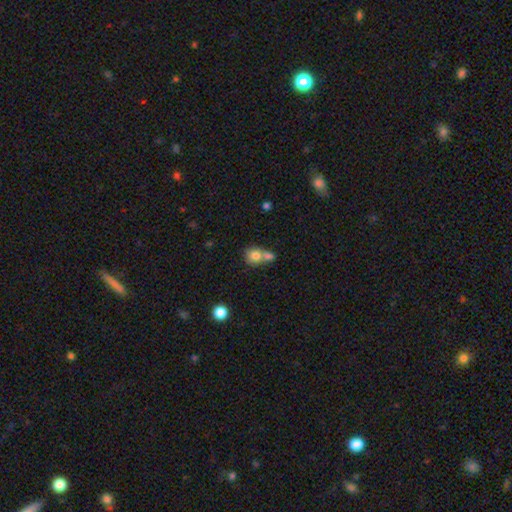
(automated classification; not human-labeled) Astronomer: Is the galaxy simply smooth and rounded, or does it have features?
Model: smooth — 77%.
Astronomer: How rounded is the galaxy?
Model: round — 73%.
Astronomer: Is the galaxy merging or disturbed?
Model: merger — 57%.